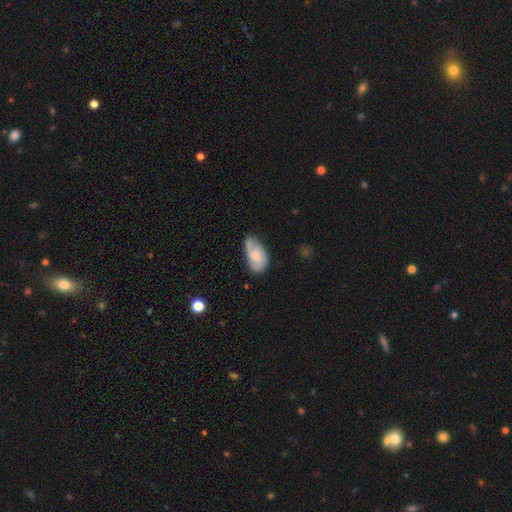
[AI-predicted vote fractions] Smooth or featured? smooth (56%)
How rounded? in between (93%)
Merging? none (53%)